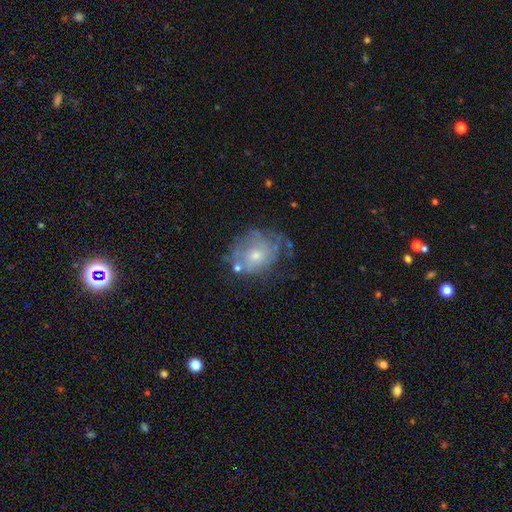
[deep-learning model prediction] Smooth or featured: featured or disk — 53% (smooth — 37%)
Edge-on disk: no — 96% (yes — 4%)
Bar: no — 84% (weak — 14%)
Spiral arms: no — 50% (tied with yes — 50%)
Bulge size: small — 50% (moderate — 44%)
Merging: none — 46% (minor disturbance — 28%)